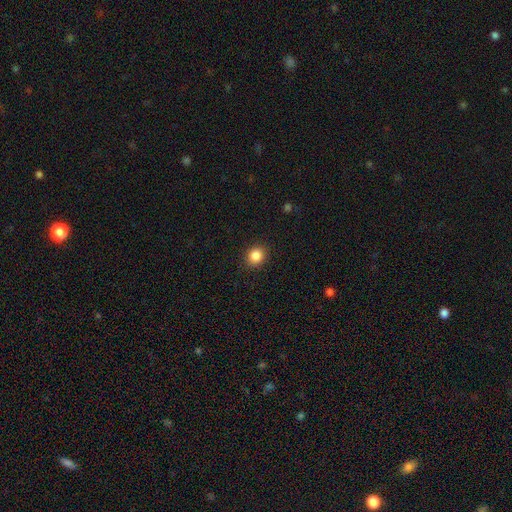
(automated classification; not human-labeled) This appears to be a smooth galaxy with no disk features (86%) that is round (78%). Merging: none (91%).